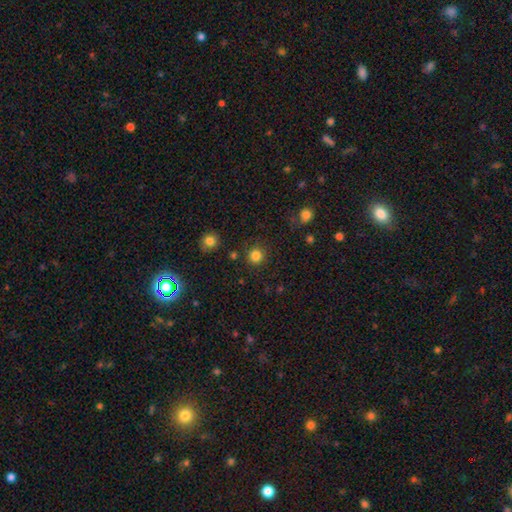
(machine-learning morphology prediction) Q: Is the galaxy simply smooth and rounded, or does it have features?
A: smooth — 83%.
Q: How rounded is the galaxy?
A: round — 93%.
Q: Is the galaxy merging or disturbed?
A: none — 88%.